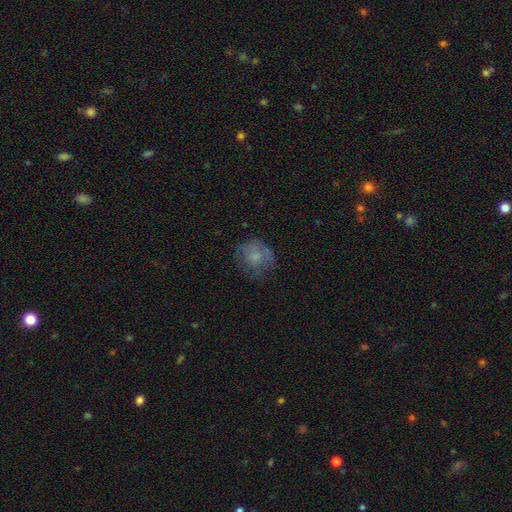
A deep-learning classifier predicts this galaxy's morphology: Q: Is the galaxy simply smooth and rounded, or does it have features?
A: smooth — 64%.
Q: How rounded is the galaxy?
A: round — 74%.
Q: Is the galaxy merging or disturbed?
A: none — 57%.